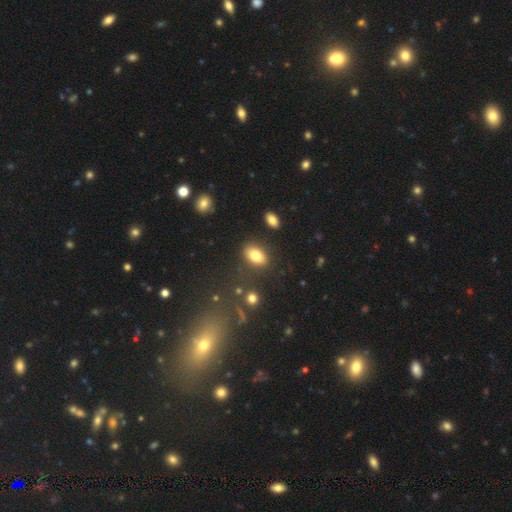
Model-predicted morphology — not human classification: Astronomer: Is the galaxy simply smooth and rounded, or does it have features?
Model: smooth — 80%.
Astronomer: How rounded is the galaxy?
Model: in between — 89%.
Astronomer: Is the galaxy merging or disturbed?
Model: none — 82%.